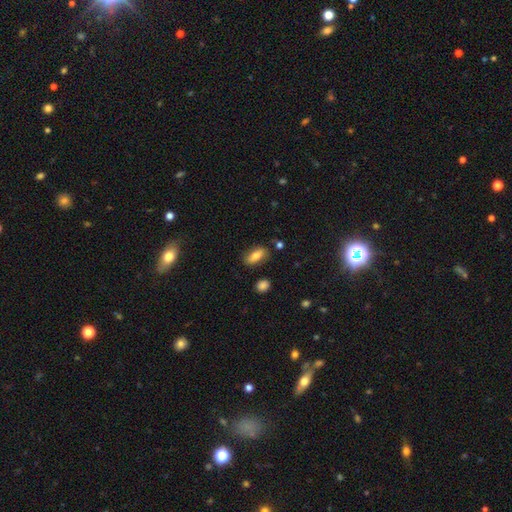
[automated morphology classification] smooth 75%, featured or disk 17%, star or artifact 8%. Down the decision tree: how rounded — in between (78%); merging — none (79%).